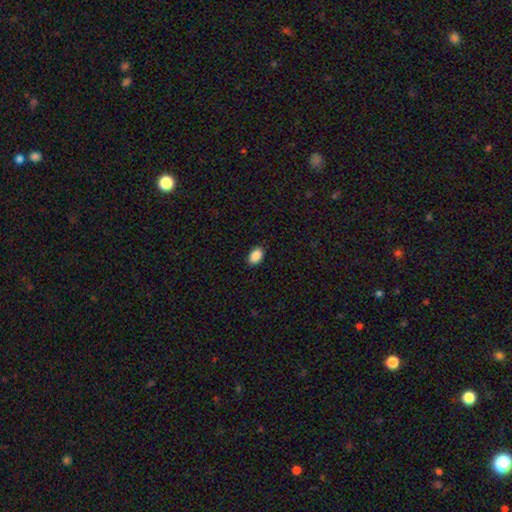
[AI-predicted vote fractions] Smooth or featured? Predicted: smooth (p=0.90). How rounded? Predicted: in between (p=0.88). Merging? Predicted: none (p=0.89).